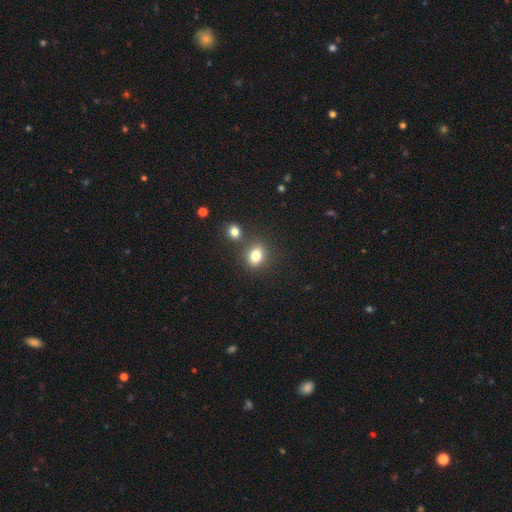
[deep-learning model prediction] Smooth or featured: smooth — 80% (star or artifact — 12%)
How rounded: in between — 56% (round — 43%)
Merging: none — 71% (merger — 14%)